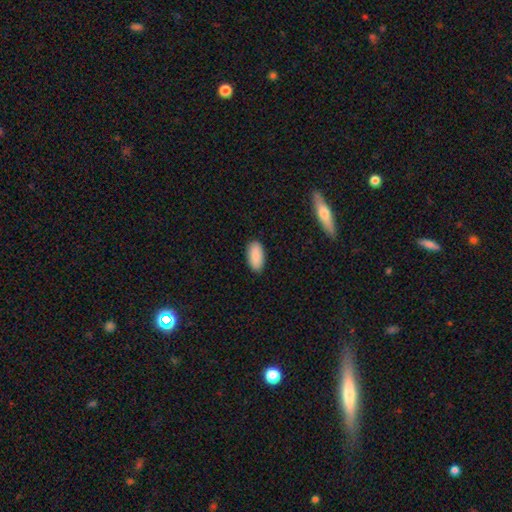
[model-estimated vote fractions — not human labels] A smooth galaxy with no disk features (90%) that is in between round and cigar-shaped (93%).

Vote fractions:
- Smooth or featured? smooth: 90% / star or artifact: 6% / featured or disk: 4%
- How rounded? in between: 93% / cigar-shaped: 5% / round: 2%
- Merging? none: 88% / minor disturbance: 9% / major disturbance: 2% / merger: 1%